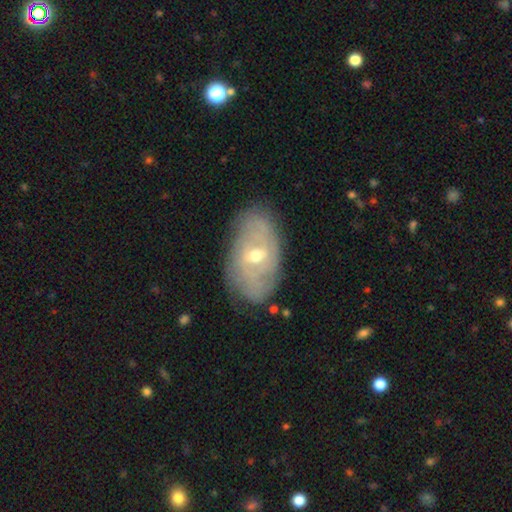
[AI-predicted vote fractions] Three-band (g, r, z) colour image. It shows a featured or disk galaxy (69%) with a weak bar (50%), spiral arms (69%) and a moderate central bulge (59%). Merging: none (74%).